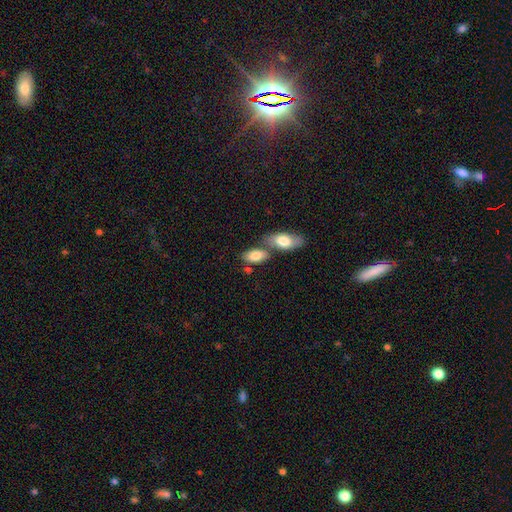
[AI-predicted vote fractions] Smooth or featured? Predicted: smooth (p=0.81). How rounded? Predicted: in between (p=0.91). Merging? Predicted: none (p=0.46).